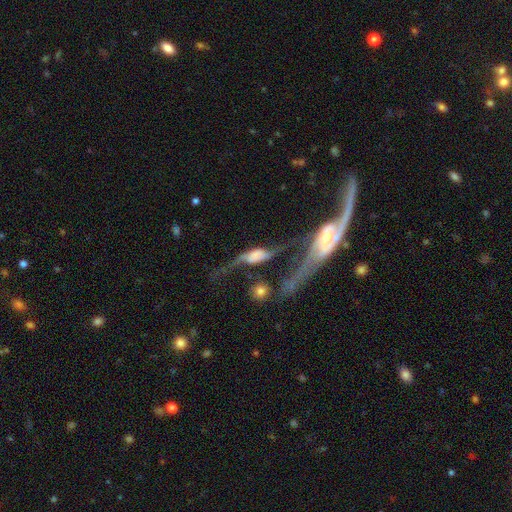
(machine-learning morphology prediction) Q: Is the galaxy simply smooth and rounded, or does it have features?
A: featured or disk — 73%.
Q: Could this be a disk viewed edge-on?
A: no — 67%.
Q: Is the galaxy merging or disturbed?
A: merger — 30%.